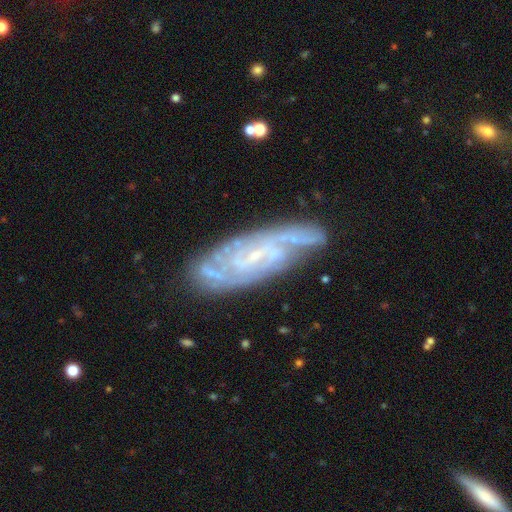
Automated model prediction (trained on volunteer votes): The model was most divided on "spiral arm count": can't tell: 32%, 2: 23%, 3: 20%, 4: 14%, more than 4: 6%, 1: 5%. More confident: spiral arms — yes (94%); edge-on disk — no (88%); smooth or featured — featured or disk (84%); bulge size — small (77%); merging — none (74%); spiral winding — tight (60%); bar — no (52%).